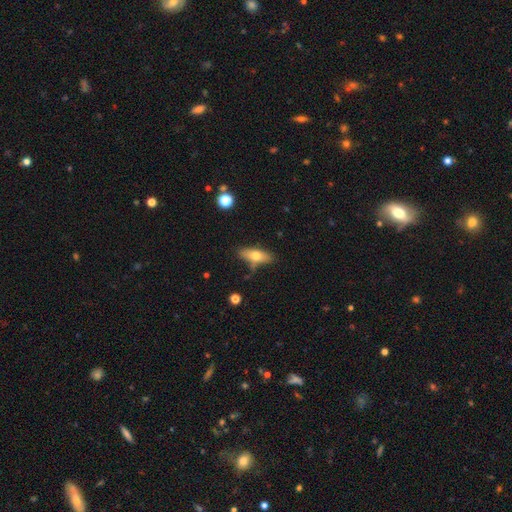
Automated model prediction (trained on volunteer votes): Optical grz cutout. It shows a smooth galaxy with no disk features (65%) that is in between round and cigar-shaped (65%). Merging: none (66%).